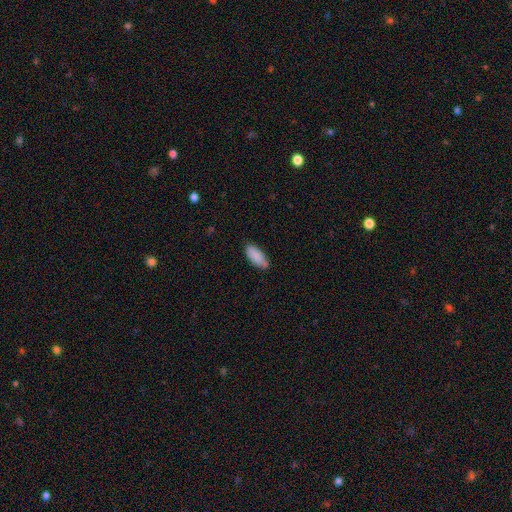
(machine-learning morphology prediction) Smooth or featured? smooth (89%)
How rounded? in between (84%)
Merging? none (77%)